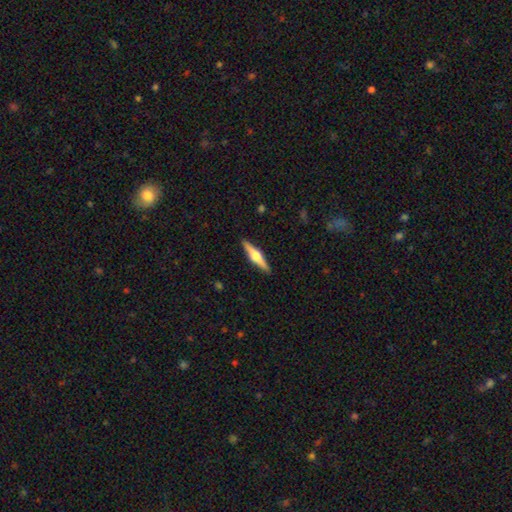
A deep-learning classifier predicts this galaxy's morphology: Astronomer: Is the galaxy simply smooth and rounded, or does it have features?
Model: featured or disk — 69%.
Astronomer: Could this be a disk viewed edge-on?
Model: yes — 98%.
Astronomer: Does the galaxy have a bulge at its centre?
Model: rounded — 94%.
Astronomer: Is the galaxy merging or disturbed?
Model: none — 91%.